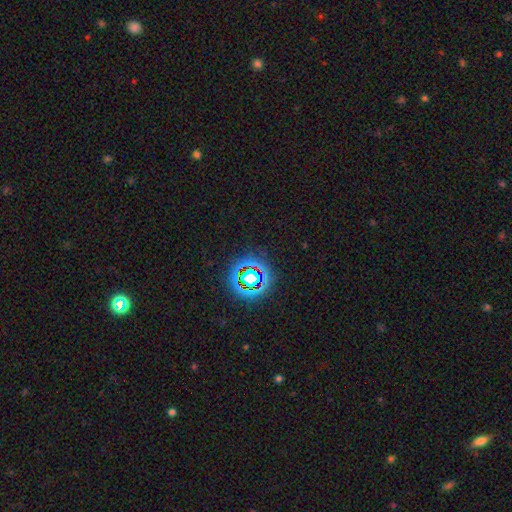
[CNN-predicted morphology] Smooth or featured: star or artifact — 71% (smooth — 20%)